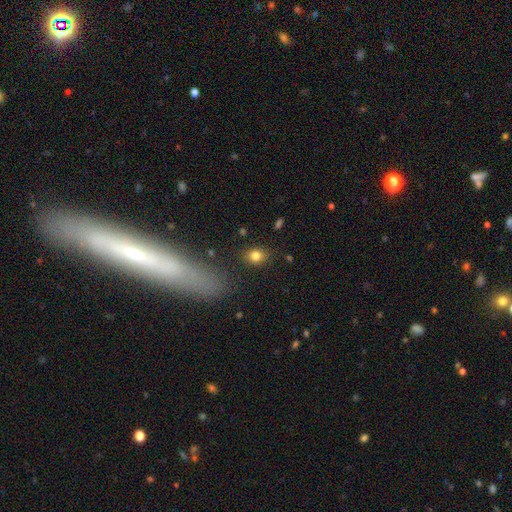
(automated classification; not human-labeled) The model was most divided on "how rounded": round: 50%, in between: 48%, cigar-shaped: 1%. More confident: merging — none (84%); smooth or featured — smooth (81%).